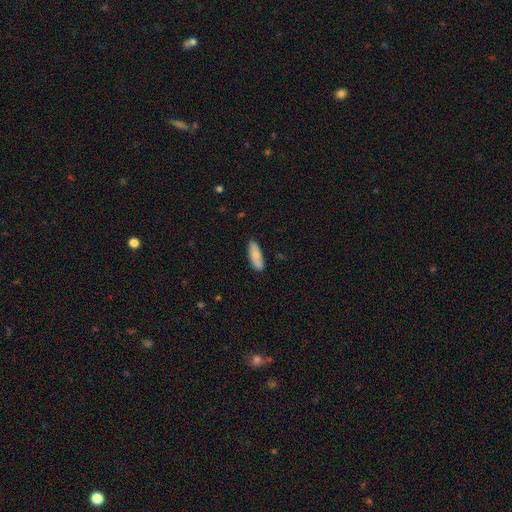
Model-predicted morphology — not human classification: This appears to be a smooth galaxy with no disk features (79%) that is in between round and cigar-shaped (63%). Merging: none (86%).